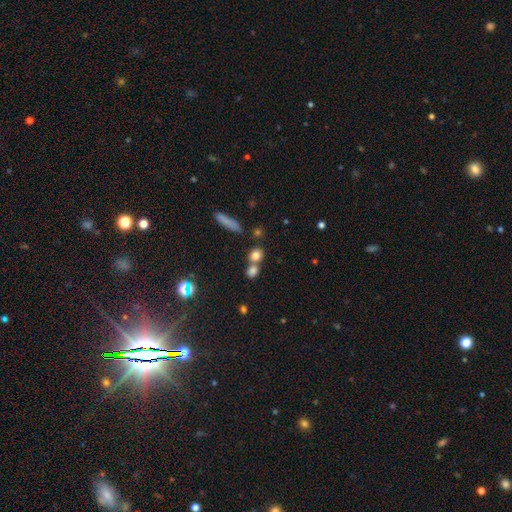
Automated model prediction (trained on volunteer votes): Smooth or featured?
  - smooth: 78% *
  - star or artifact: 13%
  - featured or disk: 9%
How rounded?
  - round: 67% *
  - in between: 28%
  - cigar-shaped: 5%
Merging?
  - none: 53% *
  - merger: 35%
  - minor disturbance: 8%
  - major disturbance: 4%